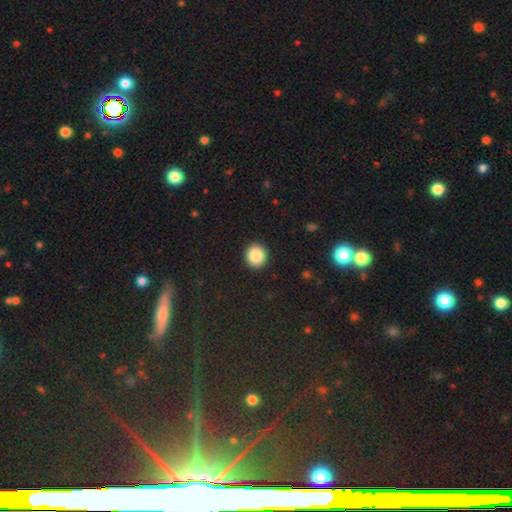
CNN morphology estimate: type=smooth (87%); roundness=round (85%); merging=none (92%).